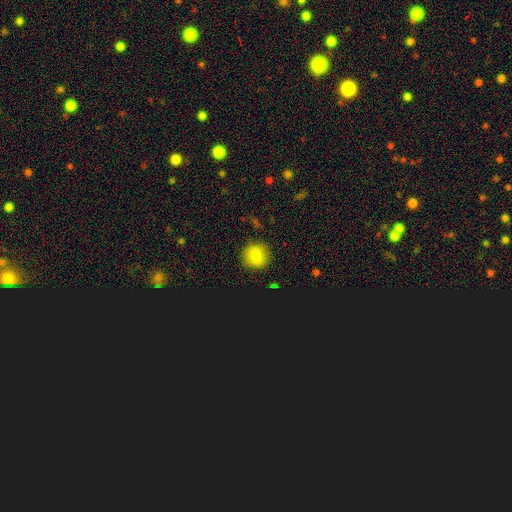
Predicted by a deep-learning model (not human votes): Smooth or featured: smooth — 79% (star or artifact — 14%)
How rounded: round — 90% (in between — 8%)
Merging: none — 88% (minor disturbance — 8%)